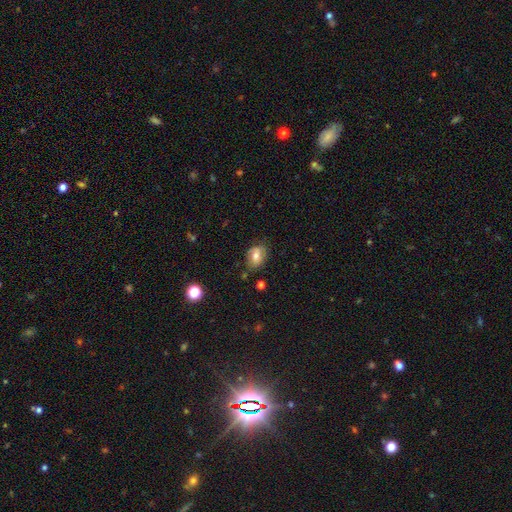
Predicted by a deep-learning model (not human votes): Smooth or featured? Predicted: smooth (p=0.61). How rounded? Predicted: in between (p=0.66). Merging? Predicted: none (p=0.67).